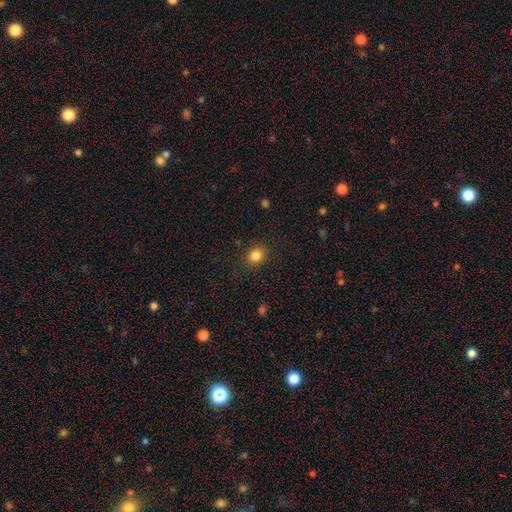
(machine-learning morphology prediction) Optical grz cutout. It shows a smooth galaxy with no disk features (84%) that is round (69%). Merging: none (88%).